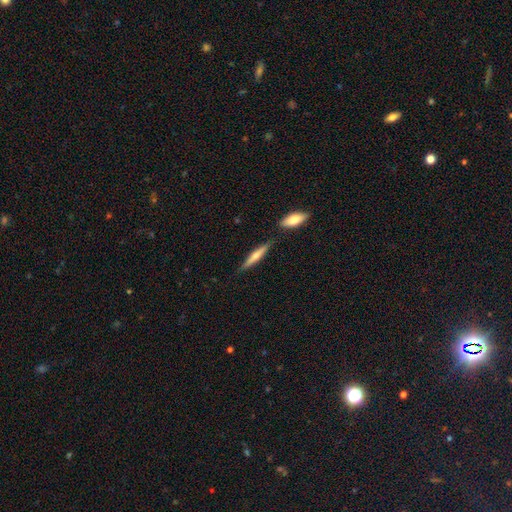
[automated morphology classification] Smooth or featured: smooth — 57% (featured or disk — 38%)
How rounded: cigar-shaped — 89% (in between — 10%)
Merging: none — 79% (minor disturbance — 12%)